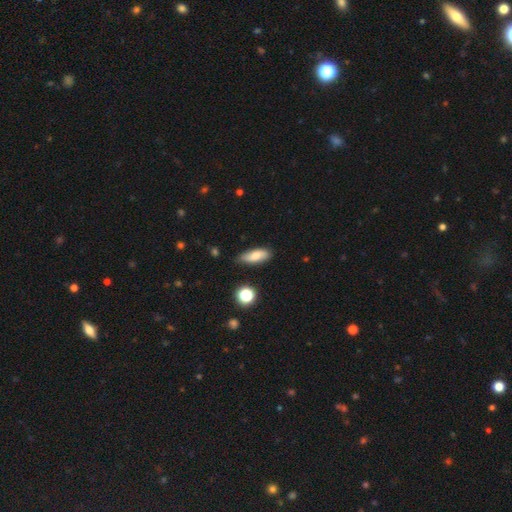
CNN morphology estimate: Overall: smooth (72%). How rounded: in between (72%). Merging: none (76%).